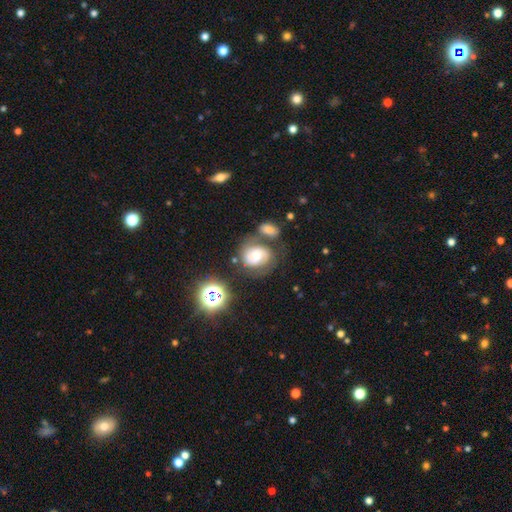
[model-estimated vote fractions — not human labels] Smooth or featured: featured or disk — 61% (smooth — 28%)
Edge-on disk: no — 97% (yes — 3%)
Bar: no — 55% (weak — 35%)
Spiral arms: yes — 87% (no — 13%)
Spiral winding: medium — 45% (tight — 40%)
Spiral arm count: 2 — 77% (can't tell — 12%)
Bulge size: moderate — 58% (small — 24%)
Merging: none — 50% (merger — 21%)